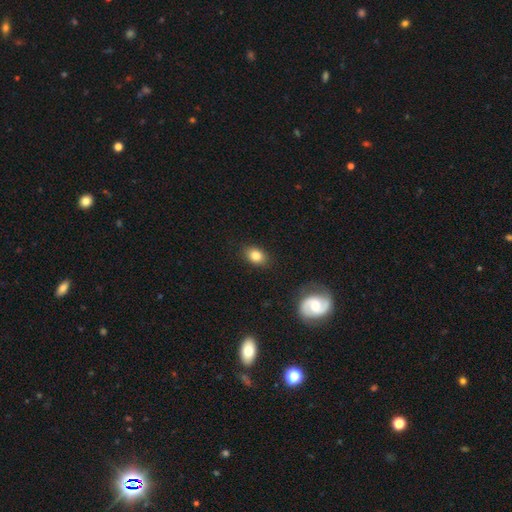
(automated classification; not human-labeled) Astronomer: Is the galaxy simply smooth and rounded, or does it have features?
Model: smooth — 83%.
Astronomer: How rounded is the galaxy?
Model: in between — 74%.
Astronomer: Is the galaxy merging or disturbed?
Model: none — 87%.